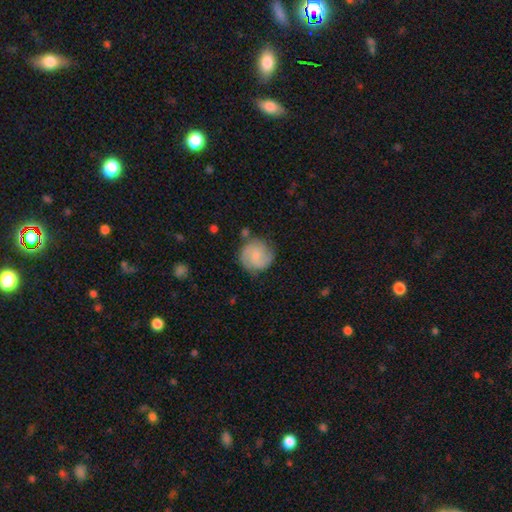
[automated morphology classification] A featured or disk galaxy (52%) with no bar (50%), spiral arms (90%) and no central bulge (36%). Merging: none (74%).